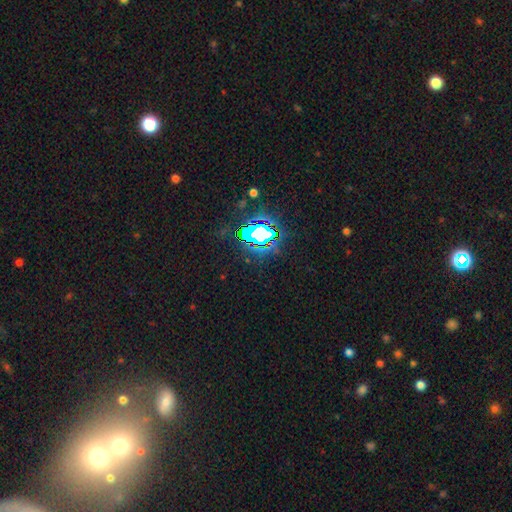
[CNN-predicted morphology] smooth-or-featured: star or artifact: 74% | smooth: 14% | featured or disk: 11%